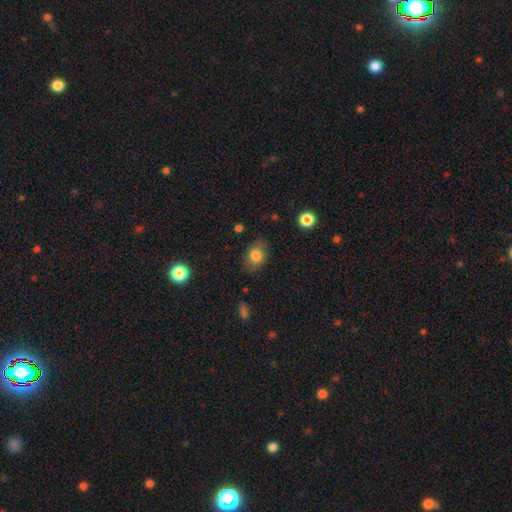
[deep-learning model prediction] Smooth or featured?
  - smooth: 79% *
  - featured or disk: 12%
  - star or artifact: 9%
How rounded?
  - in between: 72% *
  - round: 27%
  - cigar-shaped: 1%
Merging?
  - none: 79% *
  - minor disturbance: 15%
  - major disturbance: 4%
  - merger: 1%